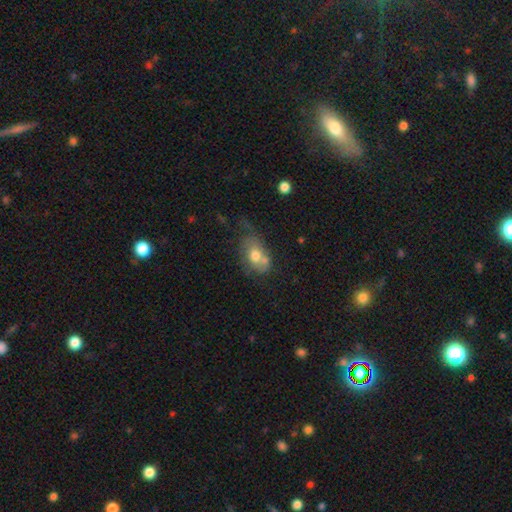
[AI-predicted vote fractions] A smooth galaxy with no disk features (65%) that is in between round and cigar-shaped (79%). Merging: none (30%).